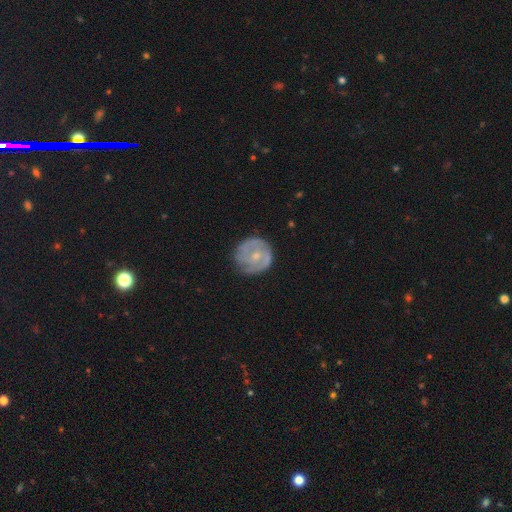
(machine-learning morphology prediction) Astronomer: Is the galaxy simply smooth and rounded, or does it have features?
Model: featured or disk — 66%.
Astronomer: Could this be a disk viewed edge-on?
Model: no — 98%.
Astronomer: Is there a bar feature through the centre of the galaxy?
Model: no — 68%.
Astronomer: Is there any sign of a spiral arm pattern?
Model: yes — 76%.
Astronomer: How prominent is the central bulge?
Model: small — 55% (runner-up: moderate, 40%).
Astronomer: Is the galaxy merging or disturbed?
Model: none — 72%.